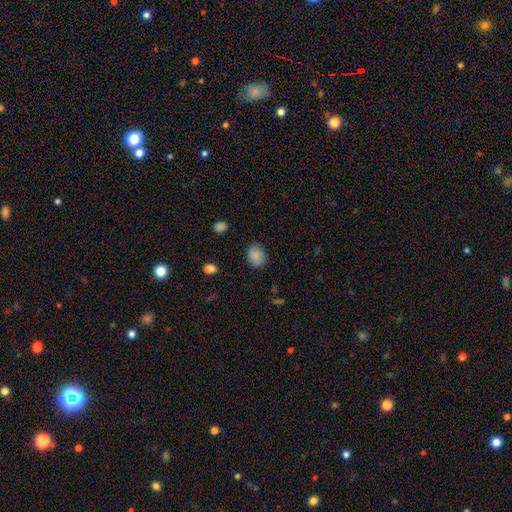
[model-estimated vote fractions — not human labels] Smooth or featured: smooth — 85% (star or artifact — 8%)
How rounded: round — 53% (in between — 46%)
Merging: none — 81% (minor disturbance — 15%)